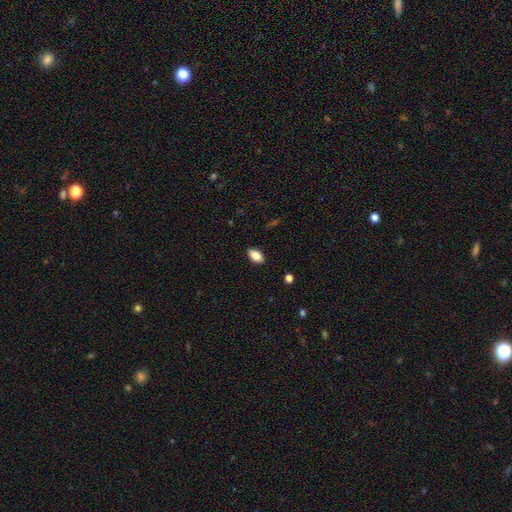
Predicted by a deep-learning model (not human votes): The model was most divided on "smooth or featured": smooth: 83%, featured or disk: 9%, star or artifact: 8%. More confident: how rounded — in between (91%); merging — none (88%).